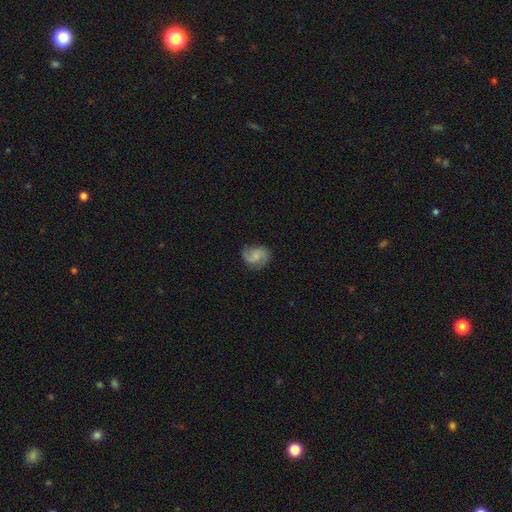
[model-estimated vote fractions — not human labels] Smooth or featured: featured or disk — 57% (smooth — 35%)
Edge-on disk: no — 98% (yes — 2%)
Bar: no — 60% (weak — 35%)
Spiral arms: yes — 93% (no — 7%)
Spiral winding: medium — 46% (loose — 33%)
Spiral arm count: 2 — 85% (can't tell — 6%)
Bulge size: small — 45% (none — 29%)
Merging: none — 74% (minor disturbance — 19%)